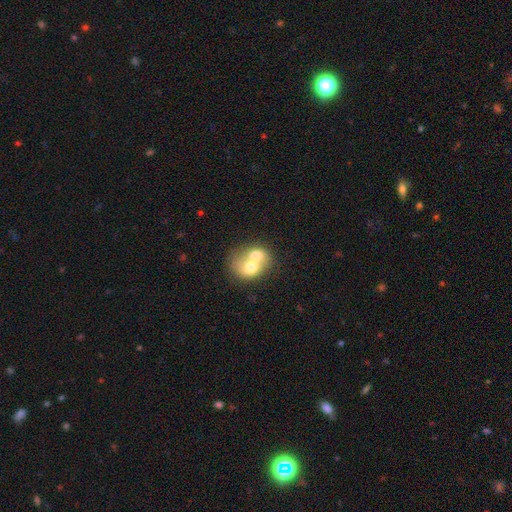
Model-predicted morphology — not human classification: Smooth or featured: smooth — 63% (featured or disk — 29%)
How rounded: round — 54% (in between — 45%)
Merging: merger — 78% (none — 14%)